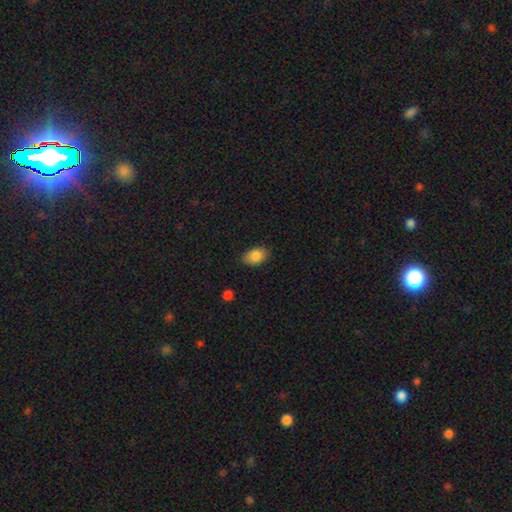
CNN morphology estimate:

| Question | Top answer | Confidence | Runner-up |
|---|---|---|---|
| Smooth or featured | smooth | 86% | star or artifact (8%) |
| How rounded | in between | 87% | round (12%) |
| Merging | none | 82% | minor disturbance (14%) |